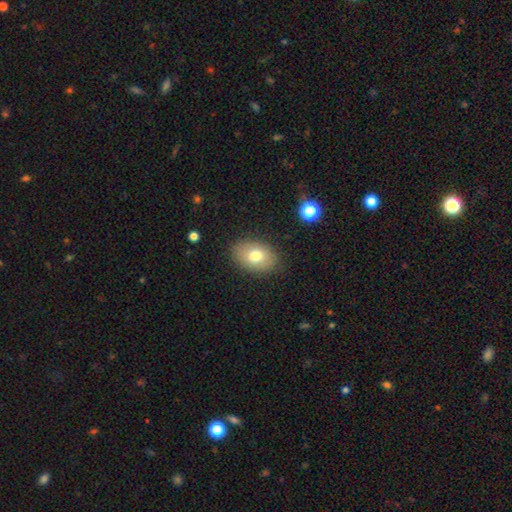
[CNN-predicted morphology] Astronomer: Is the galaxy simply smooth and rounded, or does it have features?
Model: smooth — 75%.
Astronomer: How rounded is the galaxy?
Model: in between — 83%.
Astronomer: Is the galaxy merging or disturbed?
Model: none — 85%.